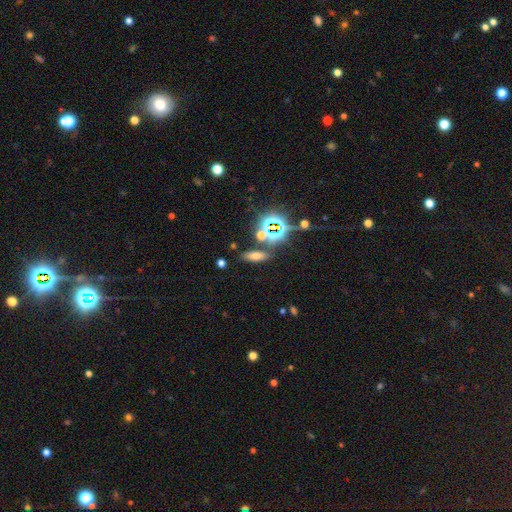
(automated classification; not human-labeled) A smooth galaxy with no disk features (53%) that is in between round and cigar-shaped (53%). Merging: none (79%).